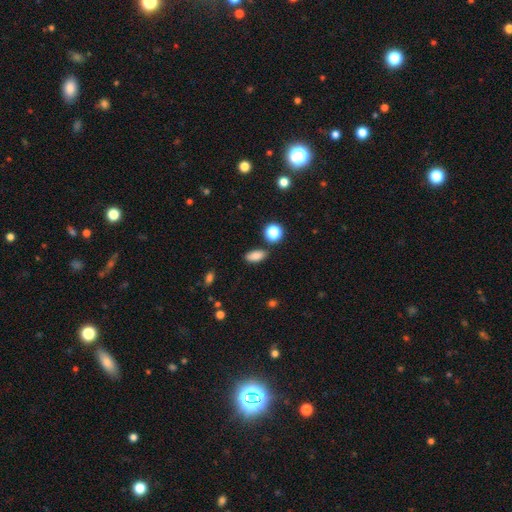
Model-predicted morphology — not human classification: This is clearly a smooth galaxy (84%). How rounded: clearly in between (86%). Merging: clearly none (83%).